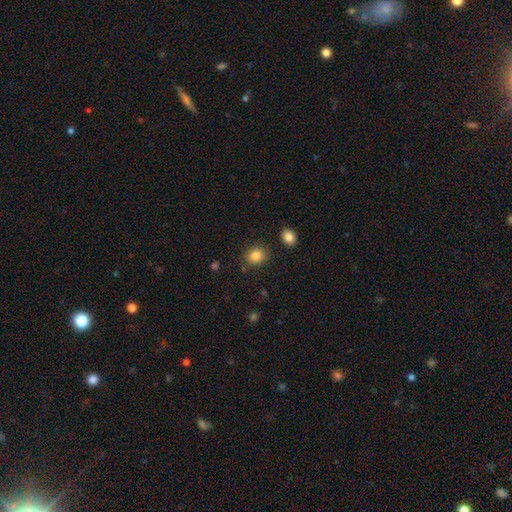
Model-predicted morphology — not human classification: Smooth or featured?
  - smooth: 85% *
  - star or artifact: 10%
  - featured or disk: 6%
How rounded?
  - round: 75% *
  - in between: 24%
  - cigar-shaped: 1%
Merging?
  - none: 86% *
  - minor disturbance: 9%
  - merger: 3%
  - major disturbance: 3%